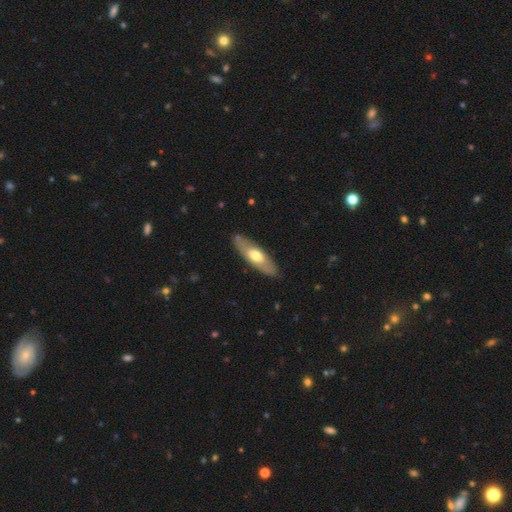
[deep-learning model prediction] Smooth or featured? Predicted: smooth (p=0.50). How rounded? Predicted: in between (p=0.58). Merging? Predicted: none (p=0.84).